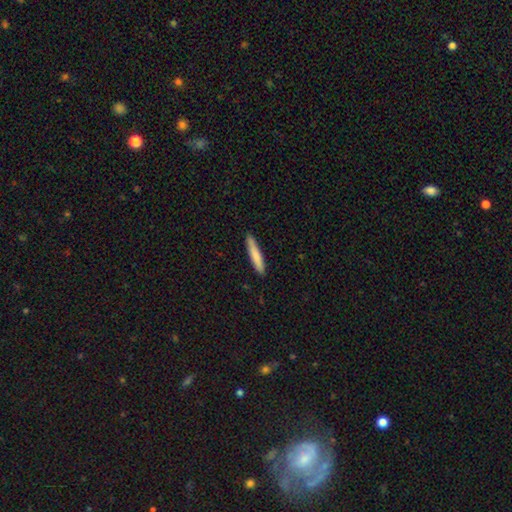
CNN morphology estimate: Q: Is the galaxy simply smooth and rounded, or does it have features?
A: smooth — 79%.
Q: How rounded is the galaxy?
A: cigar-shaped — 93%.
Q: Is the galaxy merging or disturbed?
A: none — 88%.